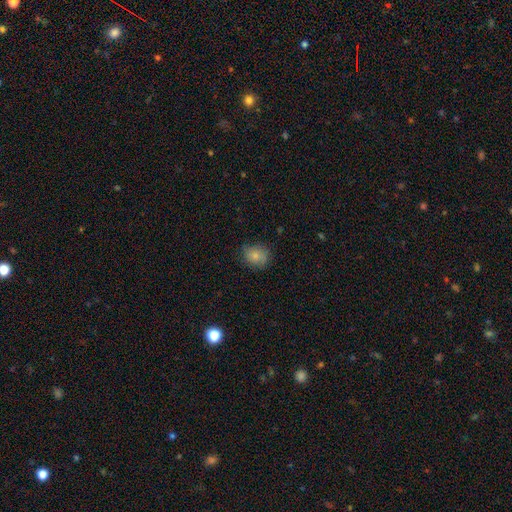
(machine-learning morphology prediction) smooth-or-featured: smooth: 80% | featured or disk: 11% | star or artifact: 9%
  how-rounded: round: 64% | in between: 36% | cigar-shaped: 1%
  merging: none: 74% | minor disturbance: 20% | major disturbance: 5% | merger: 1%